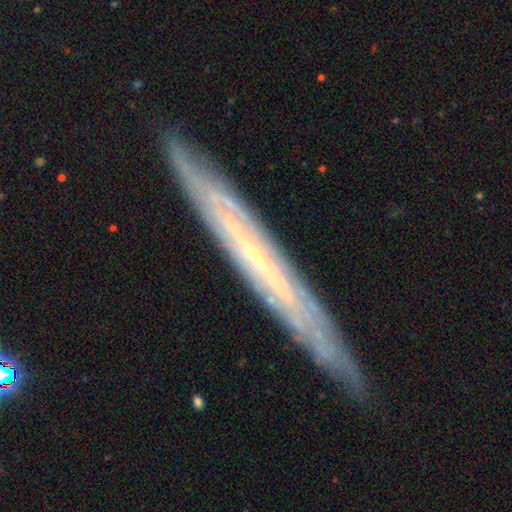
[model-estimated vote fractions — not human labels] Smooth or featured?
  - featured or disk: 77% *
  - smooth: 15%
  - star or artifact: 8%
Edge-on disk?
  - yes: 76% *
  - no: 24%
Edge-on bulge?
  - none: 72% *
  - rounded: 25%
  - boxy: 3%
Merging?
  - none: 86% *
  - minor disturbance: 11%
  - major disturbance: 2%
  - merger: 1%